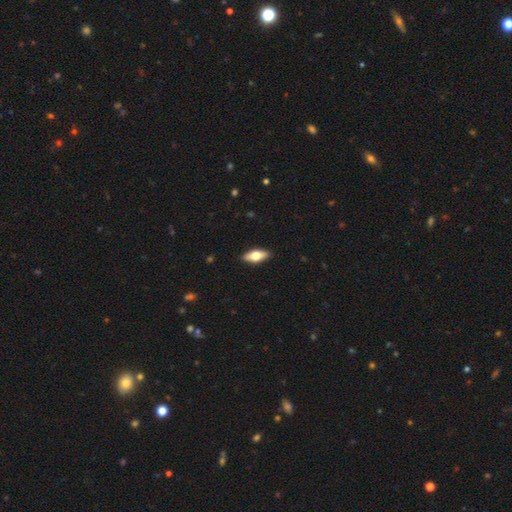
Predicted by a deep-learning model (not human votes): A smooth galaxy with no disk features (58%) that is in between round and cigar-shaped (74%). Merging: none (89%).